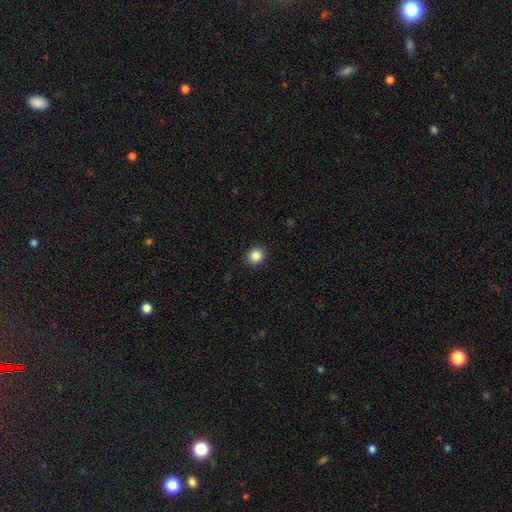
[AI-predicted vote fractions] A smooth galaxy with no disk features (86%) that is round (77%).

Vote fractions:
- Smooth or featured? smooth: 86% / star or artifact: 10% / featured or disk: 4%
- How rounded? round: 77% / in between: 22% / cigar-shaped: 1%
- Merging? none: 92% / minor disturbance: 6% / major disturbance: 2% / merger: 1%